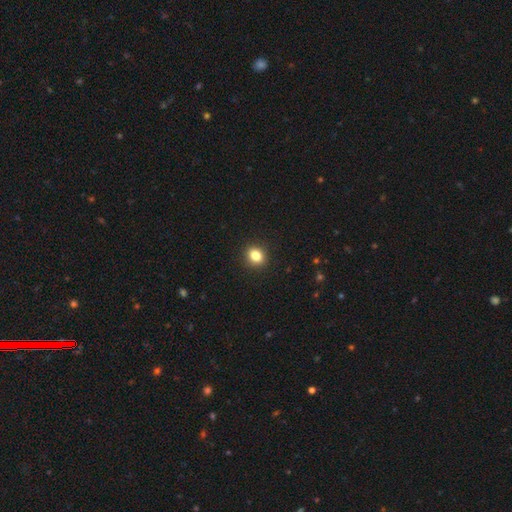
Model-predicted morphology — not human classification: This is clearly a smooth galaxy (83%). How rounded: possibly round (60%). Merging: clearly none (91%).